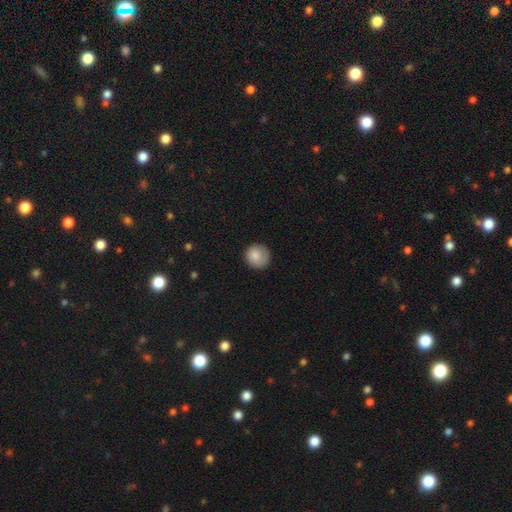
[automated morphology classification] type=smooth (85%); roundness=round (92%); merging=none (82%).